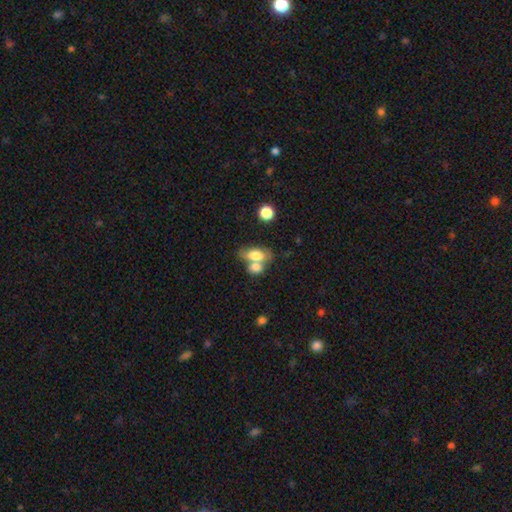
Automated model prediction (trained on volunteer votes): The model was most divided on "merging": merger: 55%, none: 30%, minor disturbance: 10%, major disturbance: 5%. More confident: how rounded — in between (84%); smooth or featured — smooth (74%).